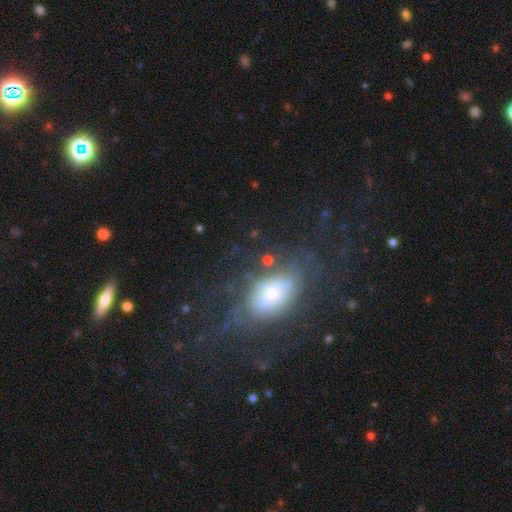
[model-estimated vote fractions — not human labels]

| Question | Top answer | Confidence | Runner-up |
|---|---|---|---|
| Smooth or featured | smooth | 40% | featured or disk (39%) |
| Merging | none | 66% | minor disturbance (17%) |